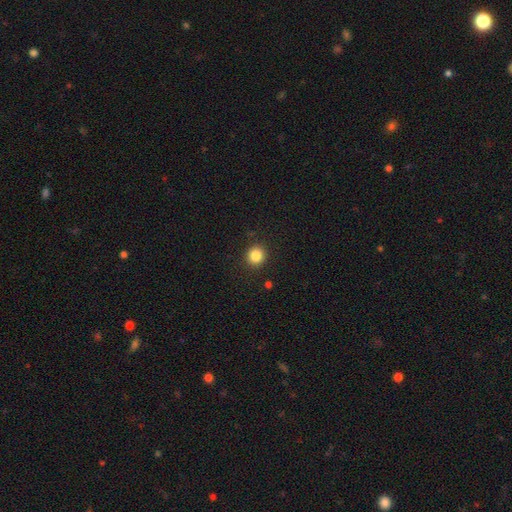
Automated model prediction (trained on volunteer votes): Morphology: type=smooth (85%); roundness=round (89%); merging=none (91%).